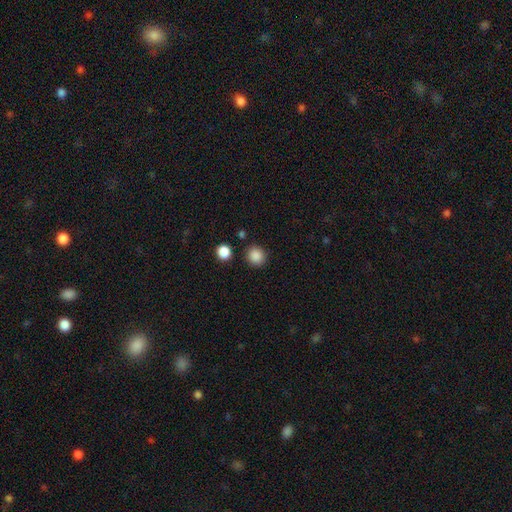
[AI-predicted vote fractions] Smooth or featured? Predicted: smooth (p=0.87). How rounded? Predicted: round (p=0.90). Merging? Predicted: none (p=0.87).